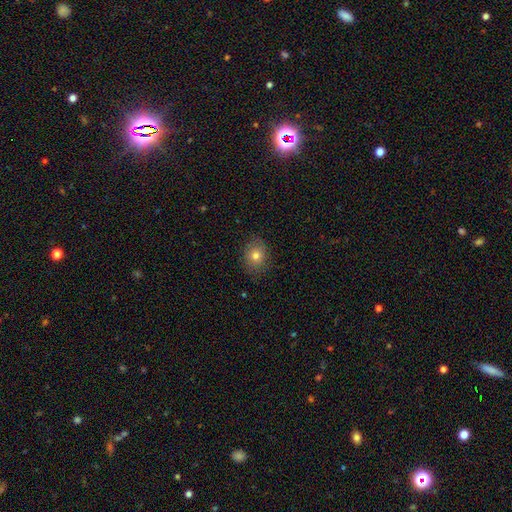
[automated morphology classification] smooth-or-featured: smooth: 77% | featured or disk: 13% | star or artifact: 10%
  how-rounded: round: 54% | in between: 45% | cigar-shaped: 1%
  merging: none: 82% | minor disturbance: 14% | major disturbance: 3% | merger: 1%